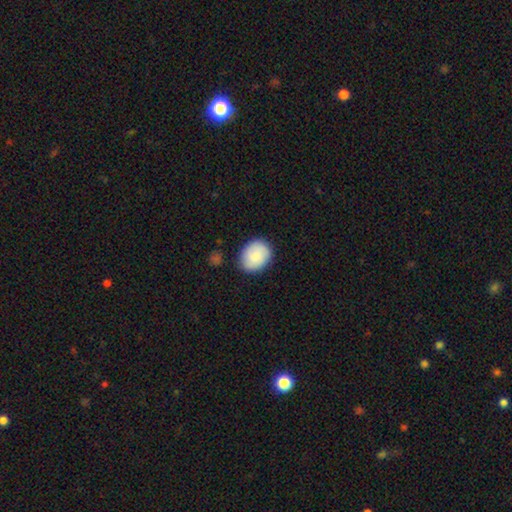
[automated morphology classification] smooth 81%, featured or disk 13%, star or artifact 6%. Down the decision tree: how rounded — in between (56%); merging — none (80%).